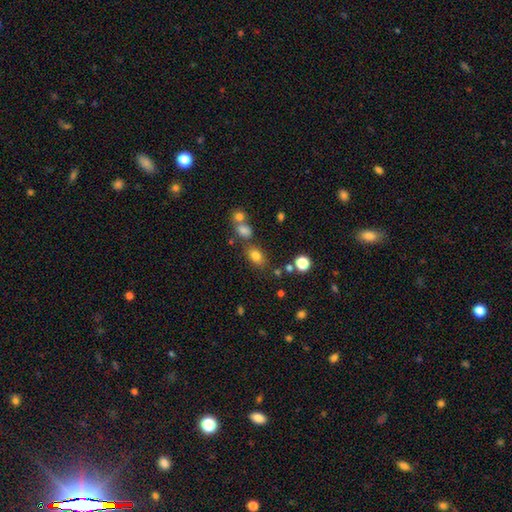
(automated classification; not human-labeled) A smooth galaxy with no disk features (79%) that is in between round and cigar-shaped (73%).

Vote fractions:
- Smooth or featured? smooth: 79% / star or artifact: 14% / featured or disk: 8%
- How rounded? in between: 73% / round: 25% / cigar-shaped: 2%
- Merging? none: 69% / minor disturbance: 14% / merger: 12% / major disturbance: 5%